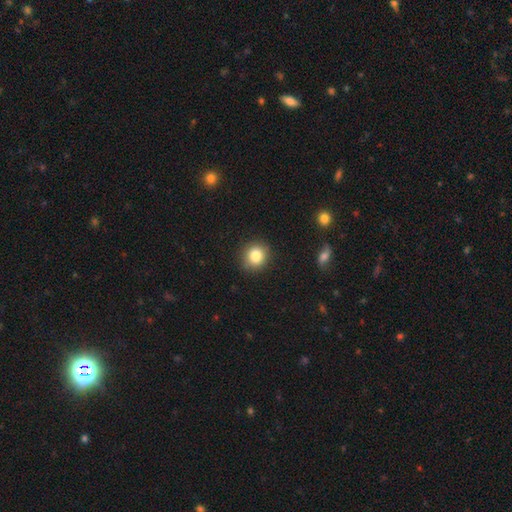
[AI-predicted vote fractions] smooth 83%, star or artifact 10%, featured or disk 6%. Down the decision tree: how rounded — round (86%); merging — none (88%).